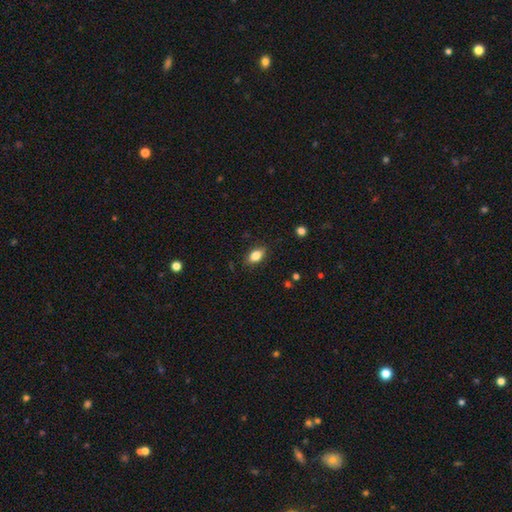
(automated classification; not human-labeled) smooth 83%, featured or disk 9%, star or artifact 8%. Down the decision tree: how rounded — in between (87%); merging — none (85%).